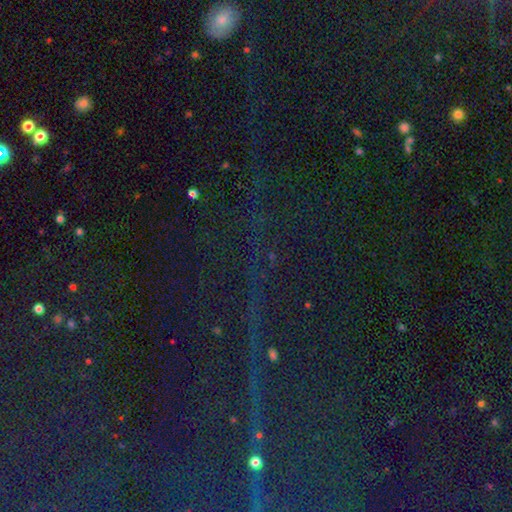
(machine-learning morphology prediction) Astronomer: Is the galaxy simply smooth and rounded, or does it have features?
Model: star or artifact — 84%.